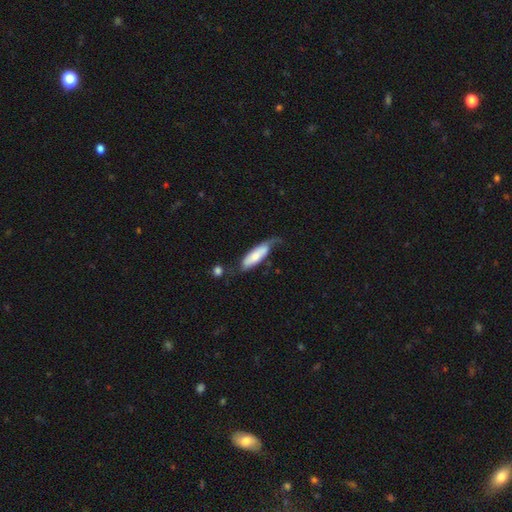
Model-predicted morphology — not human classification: A smooth galaxy with no disk features (64%) that is in between round and cigar-shaped (52%).

Vote fractions:
- Smooth or featured? smooth: 64% / featured or disk: 31% / star or artifact: 6%
- How rounded? in between: 52% / cigar-shaped: 47% / round: 2%
- Merging? none: 42% / minor disturbance: 33% / major disturbance: 19% / merger: 6%